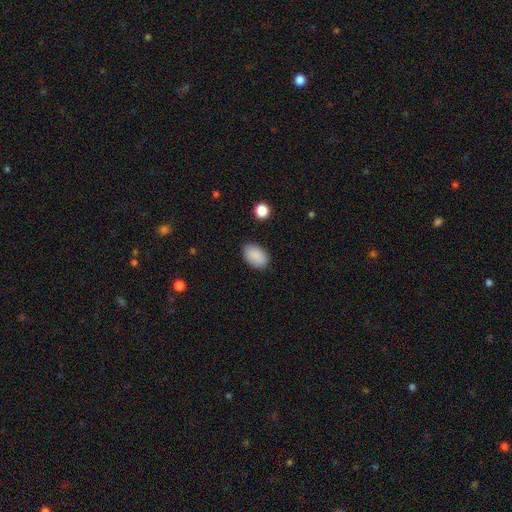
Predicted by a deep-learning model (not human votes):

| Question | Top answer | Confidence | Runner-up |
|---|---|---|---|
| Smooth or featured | smooth | 89% | star or artifact (7%) |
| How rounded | in between | 91% | round (8%) |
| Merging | none | 85% | minor disturbance (12%) |